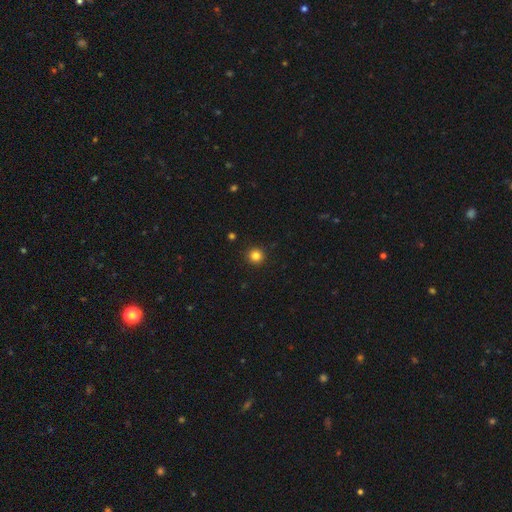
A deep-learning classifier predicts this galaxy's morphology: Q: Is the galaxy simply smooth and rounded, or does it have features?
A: smooth — 82%.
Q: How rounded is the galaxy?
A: round — 96%.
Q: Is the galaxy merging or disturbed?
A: none — 93%.